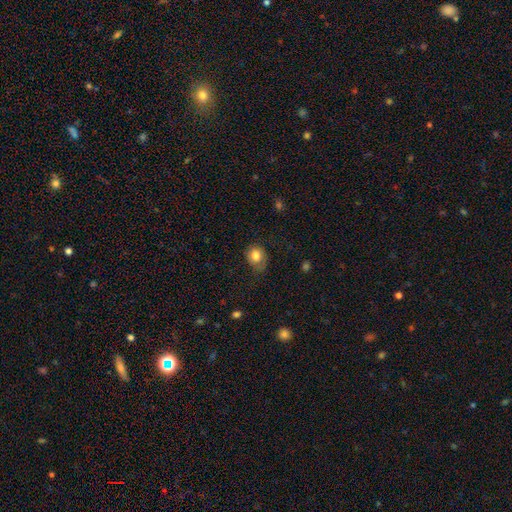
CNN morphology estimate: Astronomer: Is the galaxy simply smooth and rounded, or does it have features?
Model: smooth — 81%.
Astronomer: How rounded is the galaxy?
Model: round — 66%.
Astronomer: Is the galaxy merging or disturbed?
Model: none — 61%.